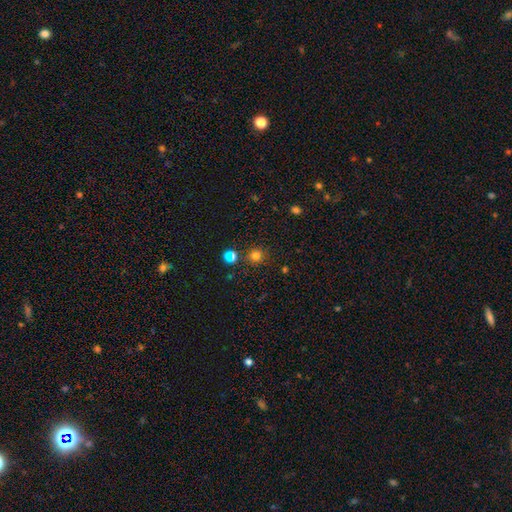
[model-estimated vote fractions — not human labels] A smooth galaxy with no disk features (73%) that is round (87%). Merging: none (79%).